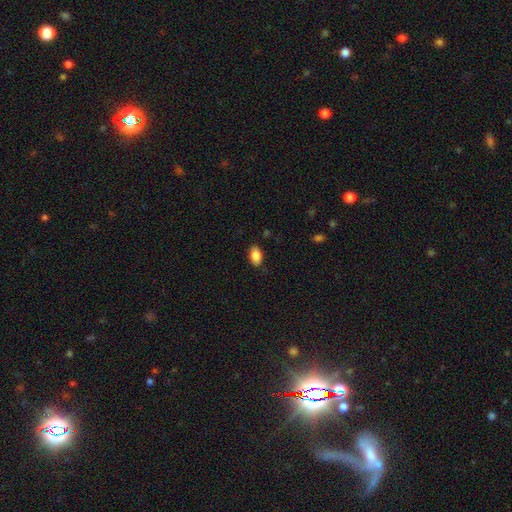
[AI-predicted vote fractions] This appears to be a smooth galaxy with no disk features (86%) that is in between round and cigar-shaped (91%). Merging: none (87%).